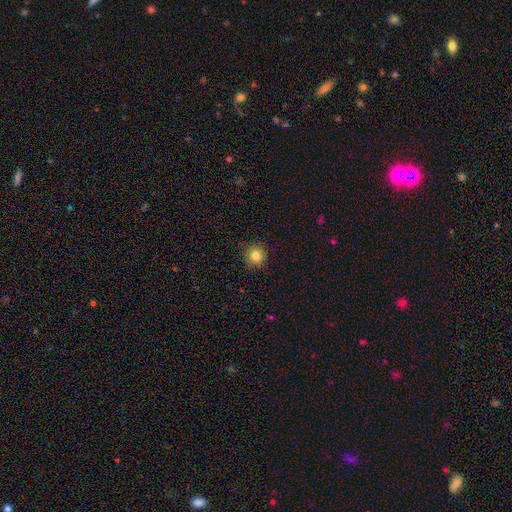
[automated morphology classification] This appears to be a smooth galaxy with no disk features (83%) that is round (94%). Merging: none (90%).